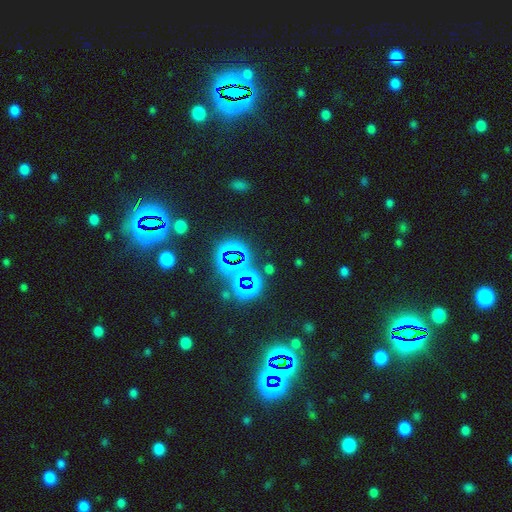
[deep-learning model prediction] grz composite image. It shows a star or artifact, not a galaxy (70%).